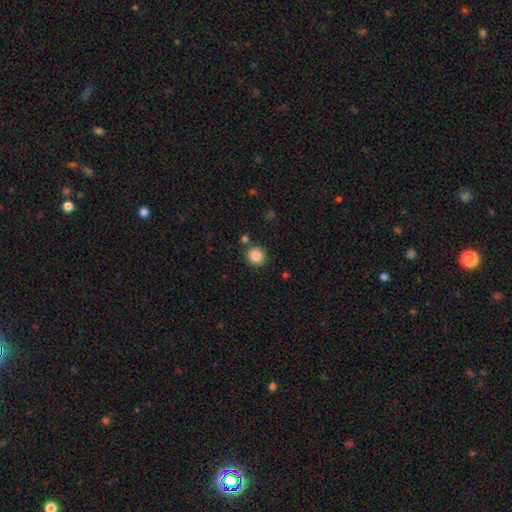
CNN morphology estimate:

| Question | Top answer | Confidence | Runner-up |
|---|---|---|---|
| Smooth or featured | smooth | 86% | star or artifact (10%) |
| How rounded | round | 91% | in between (8%) |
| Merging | none | 85% | minor disturbance (7%) |